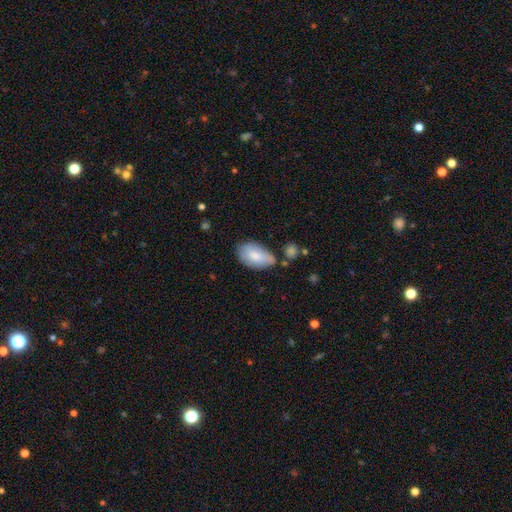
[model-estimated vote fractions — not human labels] Smooth or featured?
  - smooth: 81% *
  - featured or disk: 13%
  - star or artifact: 6%
How rounded?
  - in between: 94% *
  - round: 4%
  - cigar-shaped: 2%
Merging?
  - none: 60% *
  - minor disturbance: 27%
  - merger: 7%
  - major disturbance: 6%